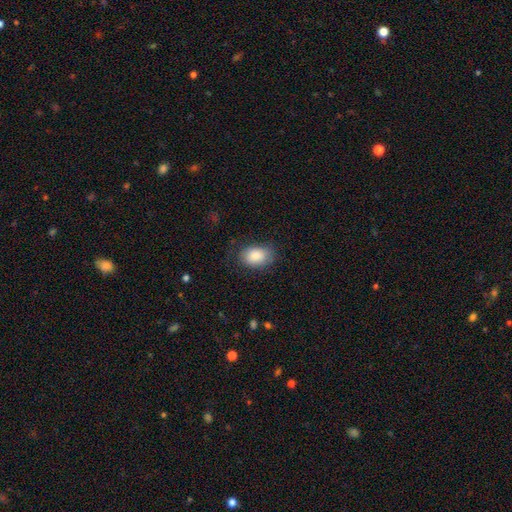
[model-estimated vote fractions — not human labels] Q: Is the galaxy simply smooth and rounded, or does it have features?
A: smooth — 85%.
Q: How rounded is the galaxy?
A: in between — 83%.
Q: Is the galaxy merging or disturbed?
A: none — 72%.